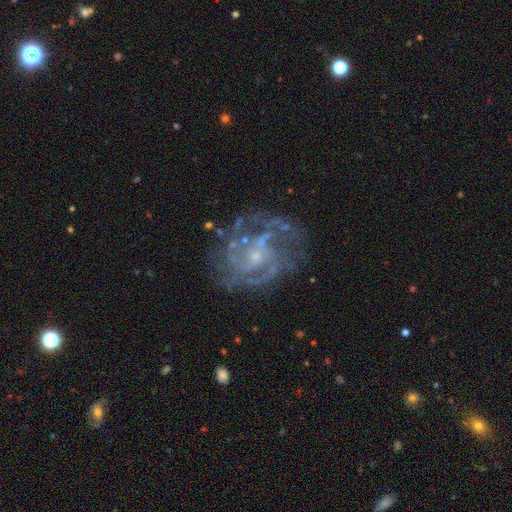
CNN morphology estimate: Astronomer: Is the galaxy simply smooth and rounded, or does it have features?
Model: featured or disk — 85%.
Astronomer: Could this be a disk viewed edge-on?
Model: no — 98%.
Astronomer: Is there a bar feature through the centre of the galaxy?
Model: no — 65%.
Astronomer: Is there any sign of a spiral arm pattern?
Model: yes — 89%.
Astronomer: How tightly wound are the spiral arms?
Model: medium — 45% (runner-up: tight, 40%).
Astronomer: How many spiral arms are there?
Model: can't tell — 29% (runner-up: 2, 25%).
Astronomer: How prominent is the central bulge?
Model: small — 69%.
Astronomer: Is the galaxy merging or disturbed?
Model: none — 65%.